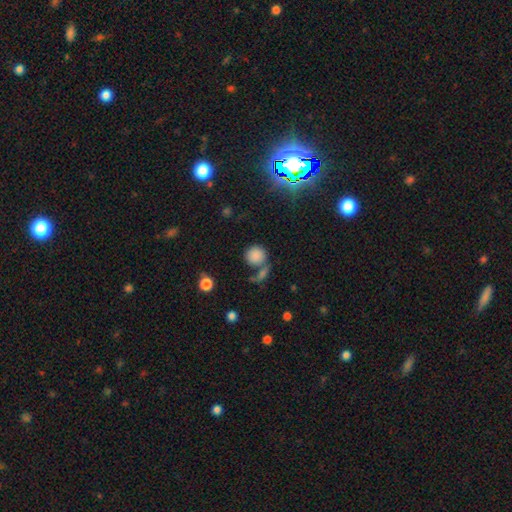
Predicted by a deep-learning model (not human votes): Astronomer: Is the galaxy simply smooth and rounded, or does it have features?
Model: smooth — 82%.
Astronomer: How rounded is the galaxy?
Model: round — 89%.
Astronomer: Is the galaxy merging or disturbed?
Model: none — 54%.